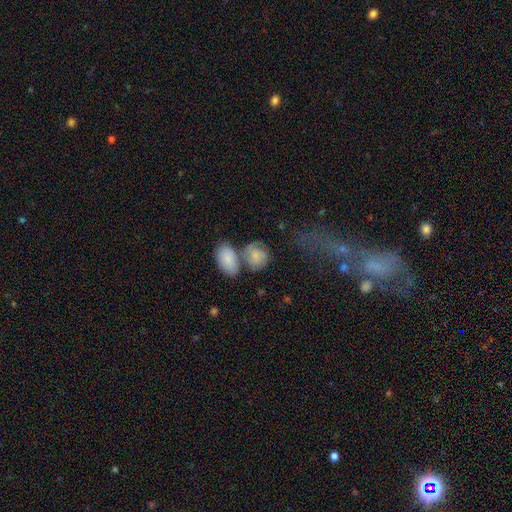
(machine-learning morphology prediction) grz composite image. It shows a smooth galaxy with no disk features (60%) that is round (53%). Merging: none (40%).